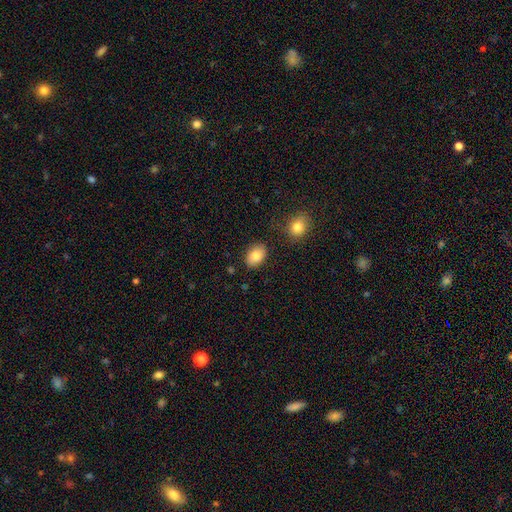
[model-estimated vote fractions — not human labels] Smooth or featured: smooth — 85% (featured or disk — 8%)
How rounded: in between — 84% (round — 15%)
Merging: none — 84% (minor disturbance — 10%)